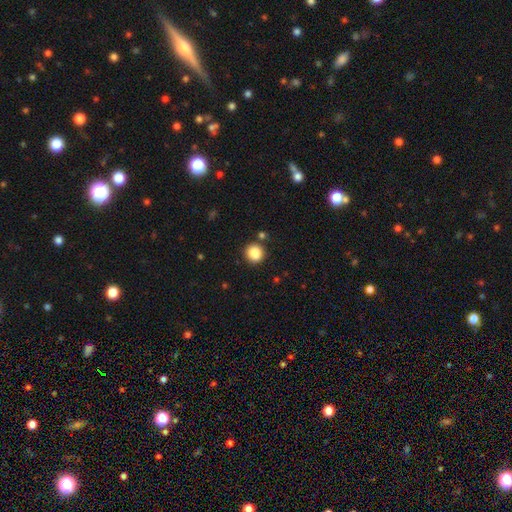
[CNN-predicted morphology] type=smooth (87%); roundness=round (89%); merging=none (85%).